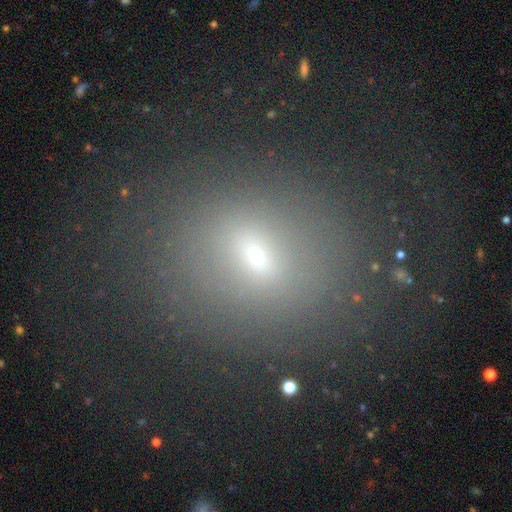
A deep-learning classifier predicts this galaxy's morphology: smooth_or_featured: smooth (p=0.55) [alt: star or artifact p=0.23]
how_rounded: round (p=0.50) [alt: in between p=0.47]
merging: none (p=0.79) [alt: minor disturbance p=0.12]